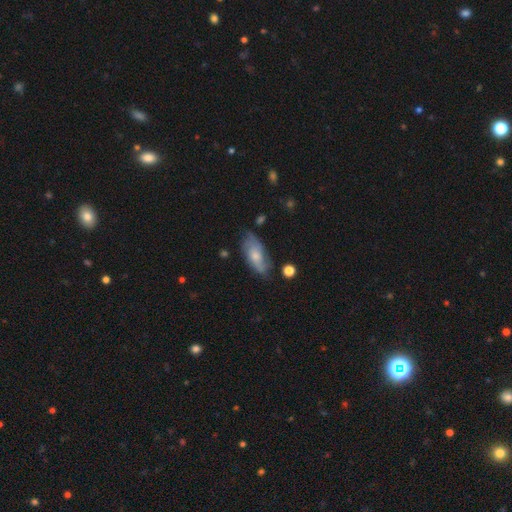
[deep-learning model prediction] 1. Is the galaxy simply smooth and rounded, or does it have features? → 50% smooth, 43% featured or disk, 7% star or artifact.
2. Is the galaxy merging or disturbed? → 62% none, 27% minor disturbance, 8% major disturbance, 3% merger.